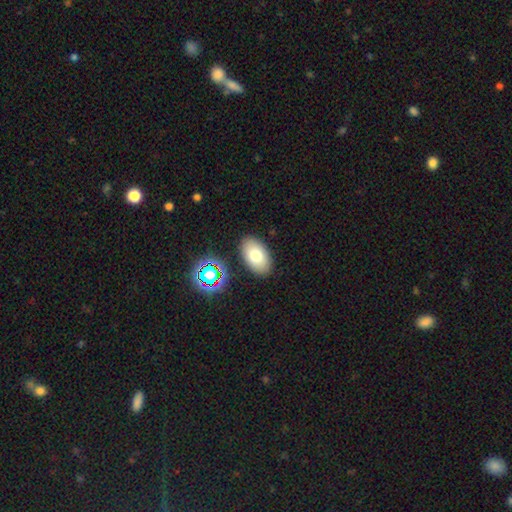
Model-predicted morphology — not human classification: type=smooth (74%); roundness=in between (92%); merging=none (87%).